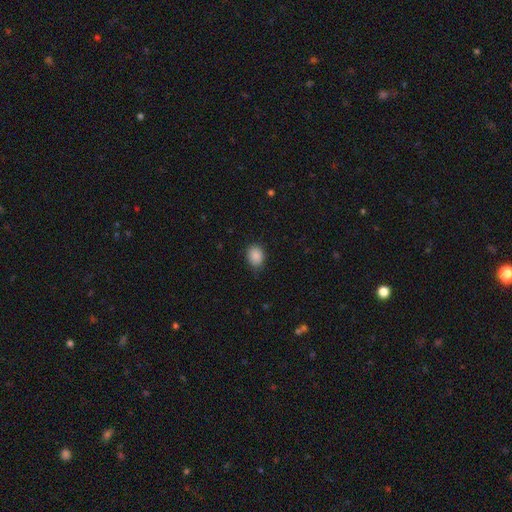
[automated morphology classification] smooth 89%, star or artifact 8%, featured or disk 3%. Down the decision tree: how rounded — in between (60%); merging — none (79%).